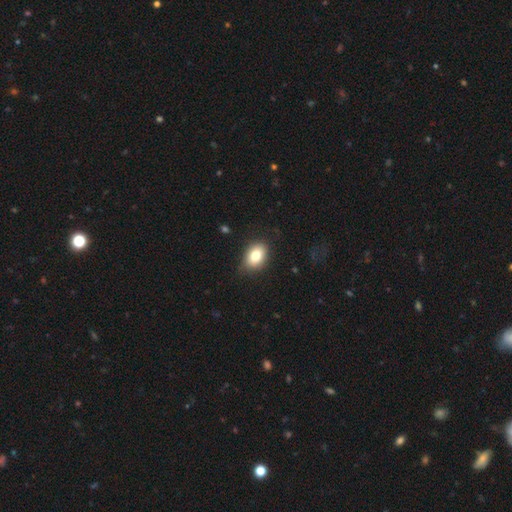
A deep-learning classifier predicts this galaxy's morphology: Smooth or featured? Predicted: smooth (p=0.79). How rounded? Predicted: in between (p=0.77). Merging? Predicted: none (p=0.78).